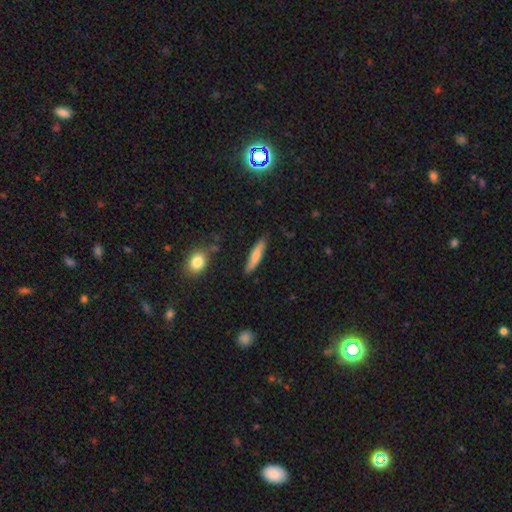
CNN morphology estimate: Smooth or featured: smooth — 71% (featured or disk — 23%)
How rounded: cigar-shaped — 83% (in between — 15%)
Merging: none — 82% (minor disturbance — 13%)